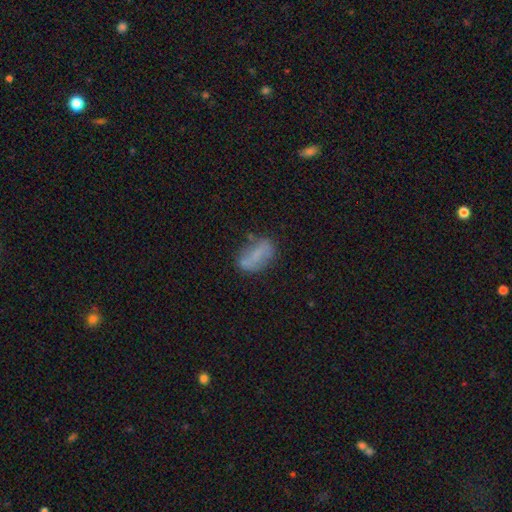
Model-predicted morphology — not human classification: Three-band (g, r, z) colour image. It shows a smooth galaxy with no disk features (59%) that is in between round and cigar-shaped (82%). Merging: none (64%).